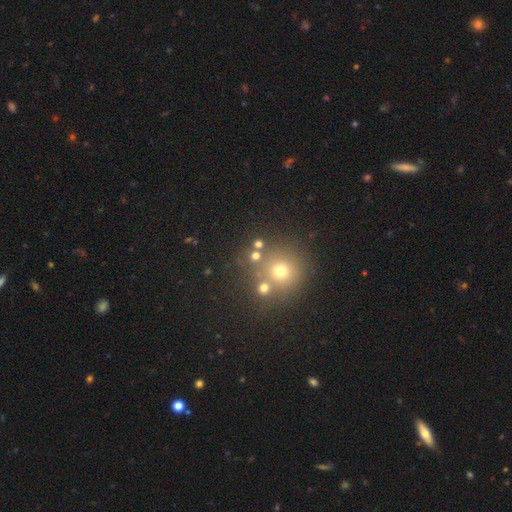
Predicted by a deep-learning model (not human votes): This appears to be a smooth galaxy with no disk features (66%) that is round (89%). Merging: none (69%).